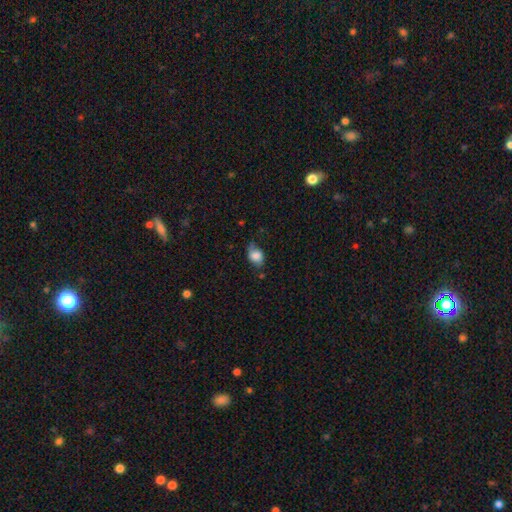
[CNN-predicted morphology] smooth_or_featured: smooth (p=0.76) [alt: featured or disk p=0.15]
how_rounded: in between (p=0.69) [alt: round p=0.30]
merging: none (p=0.46) [alt: minor disturbance p=0.38]